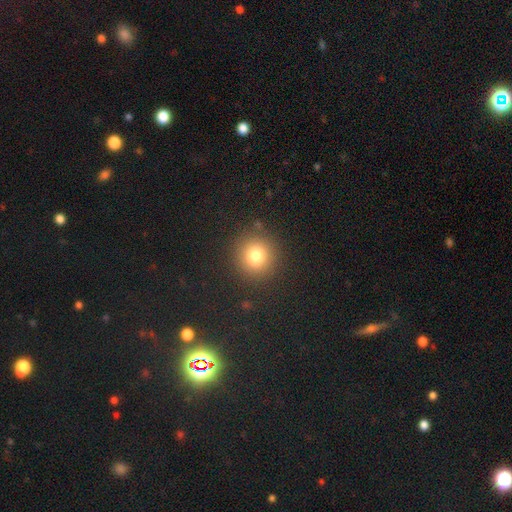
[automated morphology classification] Q: Smooth or featured?
A: smooth (79%); runner-up: star or artifact (13%)
Q: How rounded?
A: round (92%); runner-up: in between (7%)
Q: Merging?
A: none (89%); runner-up: minor disturbance (7%)